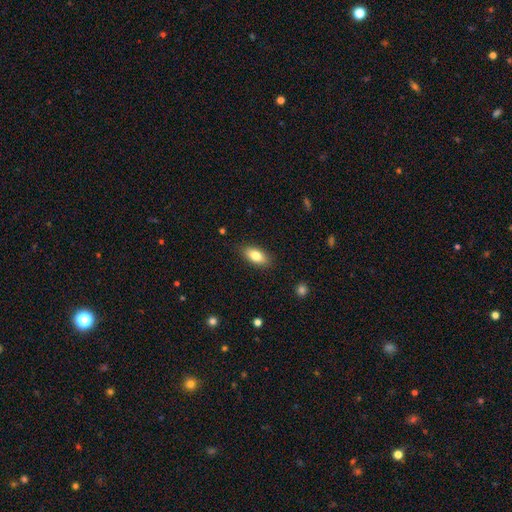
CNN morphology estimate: Smooth or featured? Predicted: smooth (p=0.80). How rounded? Predicted: in between (p=0.86). Merging? Predicted: none (p=0.87).